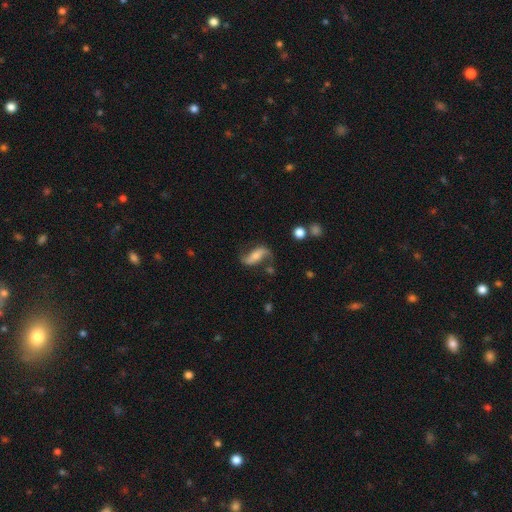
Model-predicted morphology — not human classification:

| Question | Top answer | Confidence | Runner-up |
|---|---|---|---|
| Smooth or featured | featured or disk | 72% | smooth (21%) |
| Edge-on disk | no | 90% | yes (10%) |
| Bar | no | 40% | strong (33%) |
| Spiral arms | yes | 91% | no (9%) |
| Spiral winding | loose | 81% | medium (14%) |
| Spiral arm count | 2 | 90% | 1 (4%) |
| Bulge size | small | 44% | moderate (41%) |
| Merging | none | 66% | minor disturbance (19%) |